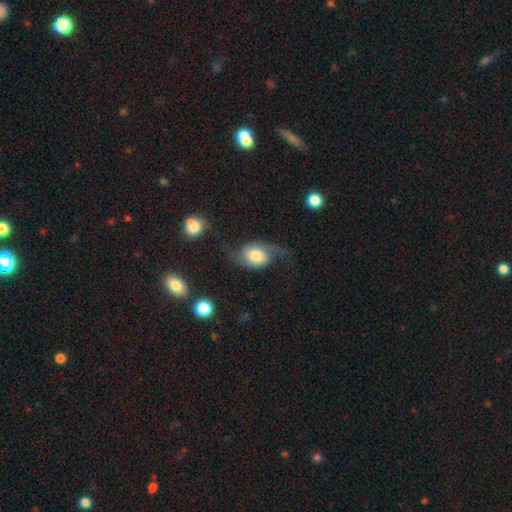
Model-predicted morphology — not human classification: This appears to be a featured or disk galaxy (63%) with no bar (67%), 2 (91%) loose (74%) spiral arms (91%) and a moderate central bulge (44%). Merging: none (54%).